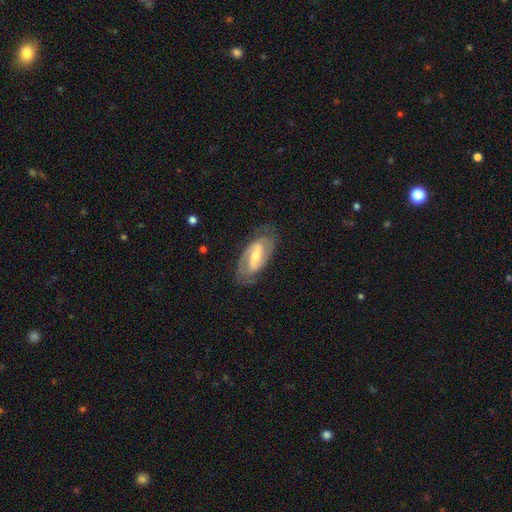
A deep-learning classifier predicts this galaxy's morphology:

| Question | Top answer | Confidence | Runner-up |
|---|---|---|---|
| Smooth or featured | featured or disk | 79% | smooth (16%) |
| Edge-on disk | no | 94% | yes (6%) |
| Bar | strong | 48% | weak (39%) |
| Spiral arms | yes | 91% | no (9%) |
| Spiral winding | medium | 47% | tight (34%) |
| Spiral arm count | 2 | 86% | can't tell (9%) |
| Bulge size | small | 45% | moderate (44%) |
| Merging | none | 75% | minor disturbance (17%) |